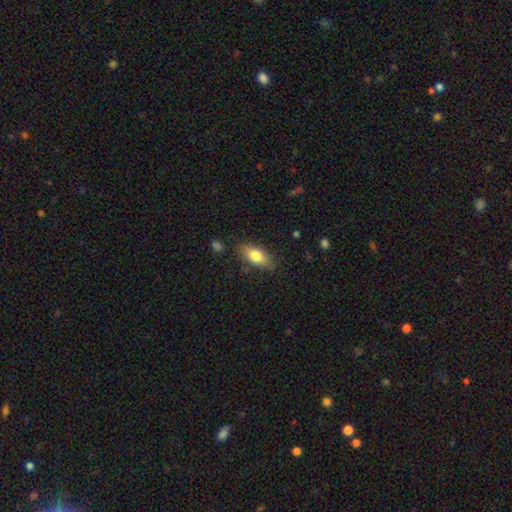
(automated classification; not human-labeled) smooth-or-featured: smooth: 75% | featured or disk: 18% | star or artifact: 7%
  how-rounded: in between: 82% | cigar-shaped: 14% | round: 5%
  merging: none: 80% | minor disturbance: 15% | major disturbance: 3% | merger: 2%